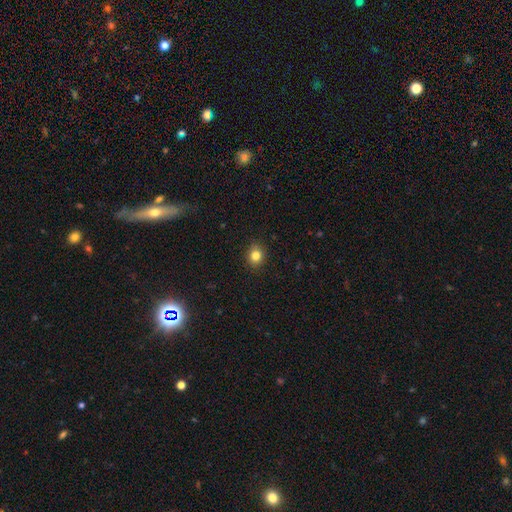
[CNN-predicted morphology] Smooth or featured: smooth — 82% (star or artifact — 12%)
How rounded: round — 71% (in between — 28%)
Merging: none — 89% (minor disturbance — 8%)